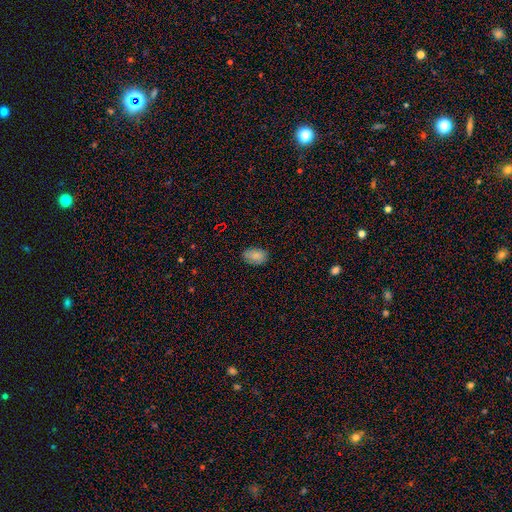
smooth-or-featured: smooth: 85% | featured or disk: 13% | star or artifact: 3%
  how-rounded: in between: 88% | round: 12% | cigar-shaped: 0%
  merging: none: 89% | minor disturbance: 8% | major disturbance: 3% | merger: 0%